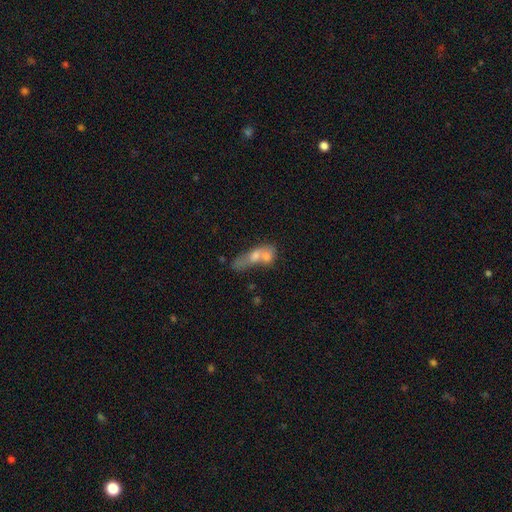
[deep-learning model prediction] Smooth or featured? smooth (49%)
Merging? merger (61%)